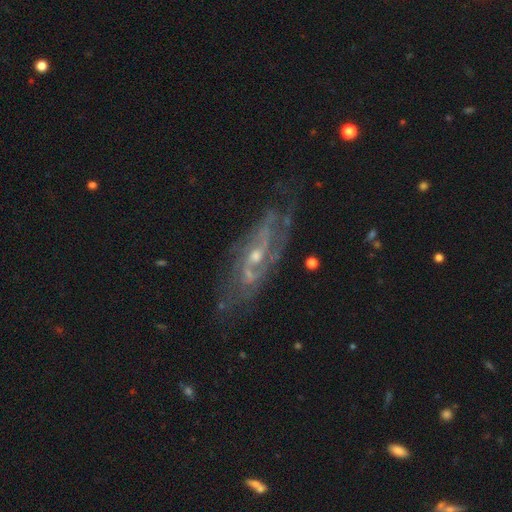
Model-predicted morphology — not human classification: Q: Smooth or featured?
A: featured or disk (86%); runner-up: smooth (8%)
Q: Edge-on disk?
A: no (87%); runner-up: yes (13%)
Q: Bar?
A: no (50%); runner-up: weak (39%)
Q: Spiral arms?
A: yes (91%); runner-up: no (9%)
Q: Spiral winding?
A: medium (45%); runner-up: tight (38%)
Q: Spiral arm count?
A: 2 (52%); runner-up: can't tell (28%)
Q: Bulge size?
A: small (49%); runner-up: moderate (46%)
Q: Merging?
A: none (68%); runner-up: minor disturbance (20%)